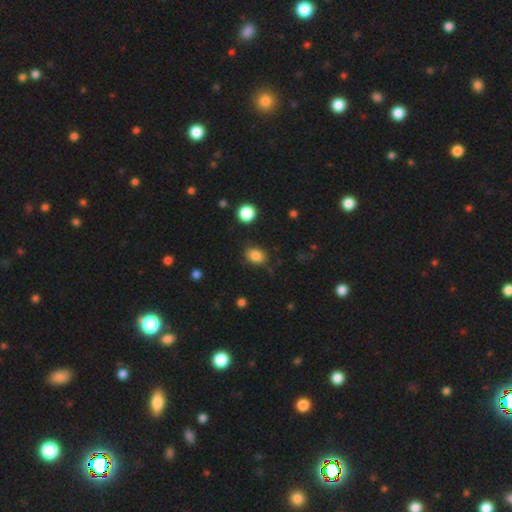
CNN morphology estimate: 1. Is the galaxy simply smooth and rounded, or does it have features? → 84% smooth, 10% star or artifact, 6% featured or disk.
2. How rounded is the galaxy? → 68% in between, 30% round, 1% cigar-shaped.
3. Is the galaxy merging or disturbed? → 80% none, 14% minor disturbance, 4% major disturbance, 2% merger.